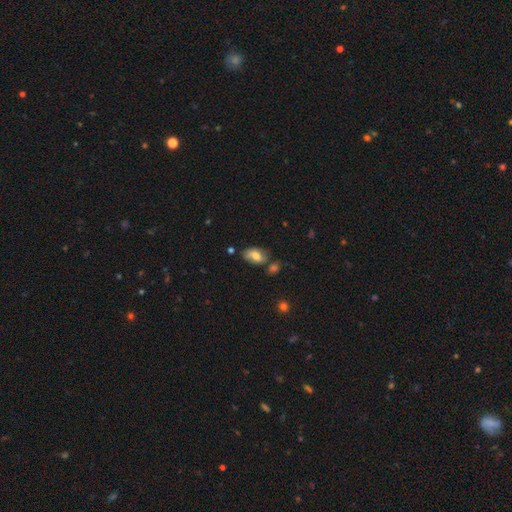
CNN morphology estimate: This is likely a smooth galaxy (65%). How rounded: clearly in between (90%). Merging: possibly none (56%).